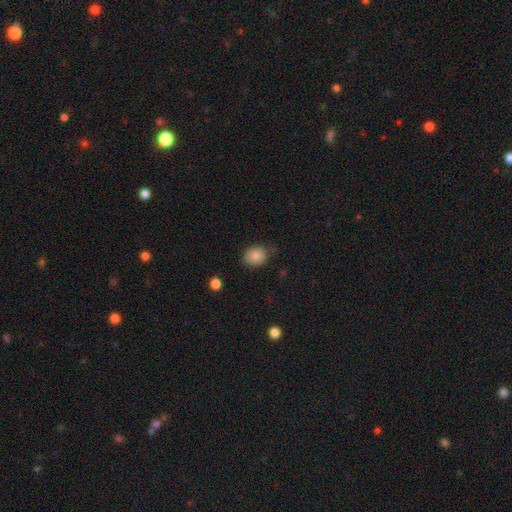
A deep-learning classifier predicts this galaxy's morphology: This appears to be a smooth galaxy with no disk features (84%) that is round (62%). Merging: none (77%).